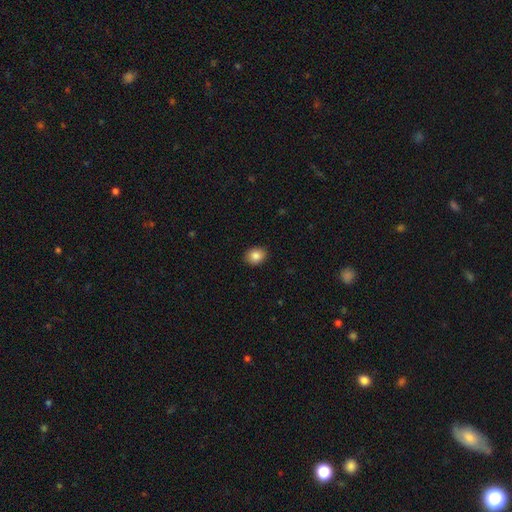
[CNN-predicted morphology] Smooth or featured: smooth — 85% (star or artifact — 9%)
How rounded: in between — 50% (round — 49%)
Merging: none — 90% (minor disturbance — 7%)